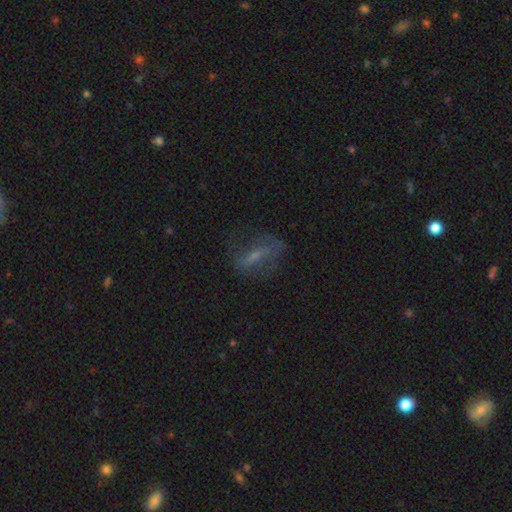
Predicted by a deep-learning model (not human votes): smooth_or_featured: featured or disk (p=0.53) [alt: smooth p=0.33]
disk_edge_on: no (p=0.81) [alt: yes p=0.19]
merging: none (p=0.62) [alt: minor disturbance p=0.20]